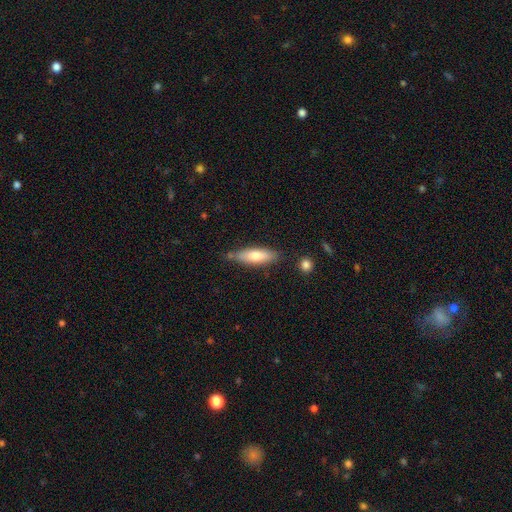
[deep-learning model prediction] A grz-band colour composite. It shows a smooth galaxy with no disk features (70%) that is cigar-shaped (56%). Merging: none (77%).